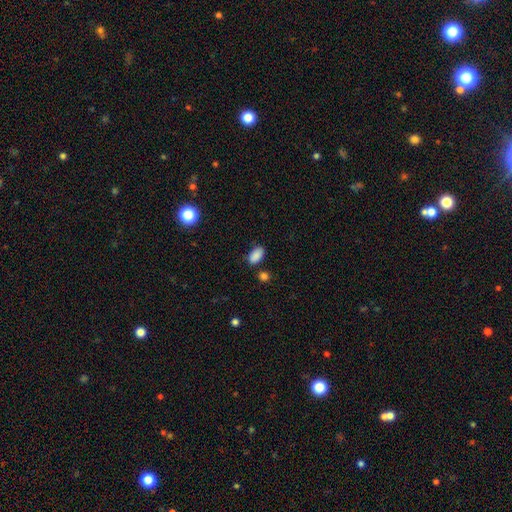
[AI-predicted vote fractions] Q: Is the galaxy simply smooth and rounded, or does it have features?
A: smooth — 88%.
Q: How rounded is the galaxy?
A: in between — 93%.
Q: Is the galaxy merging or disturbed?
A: none — 80%.